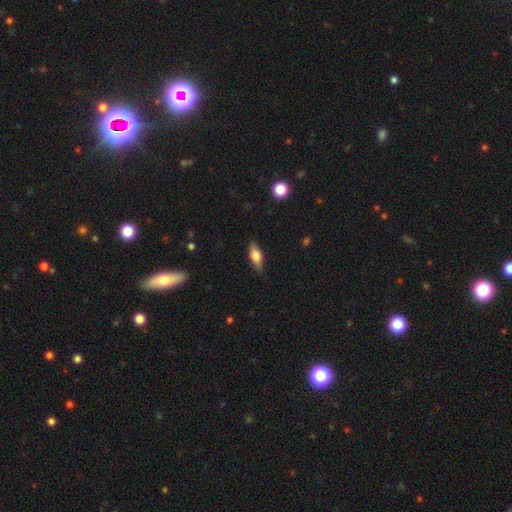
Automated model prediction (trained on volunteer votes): Overall: smooth (67%). How rounded: in between (71%). Merging: none (83%).